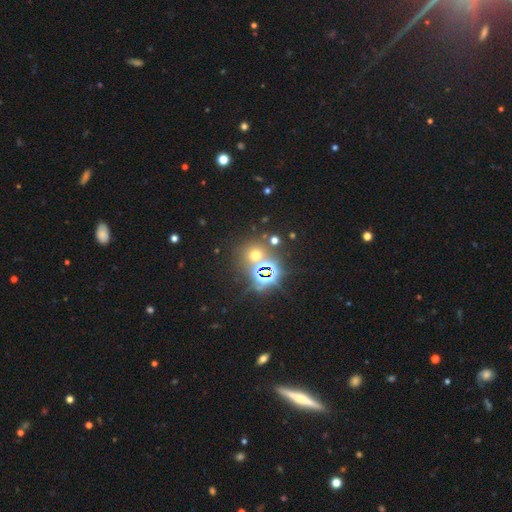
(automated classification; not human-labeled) smooth-or-featured: star or artifact: 50% | smooth: 41% | featured or disk: 9%